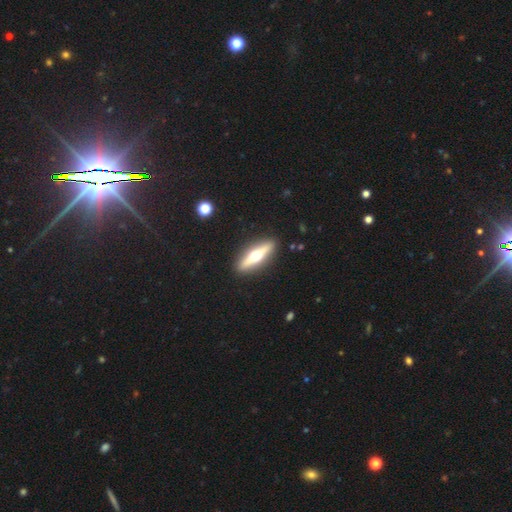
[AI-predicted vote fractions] Smooth or featured? Predicted: featured or disk (p=0.63). Edge-on disk? Predicted: yes (p=0.94). Edge-on bulge? Predicted: rounded (p=0.96). Merging? Predicted: none (p=0.91).